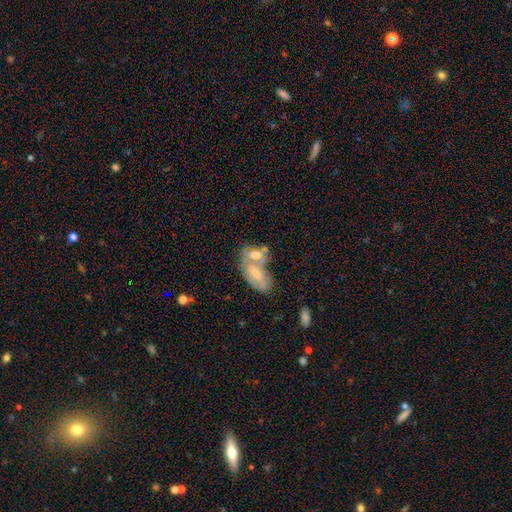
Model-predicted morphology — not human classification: type=featured or disk (46%, tied with smooth); merging=merger (58%).